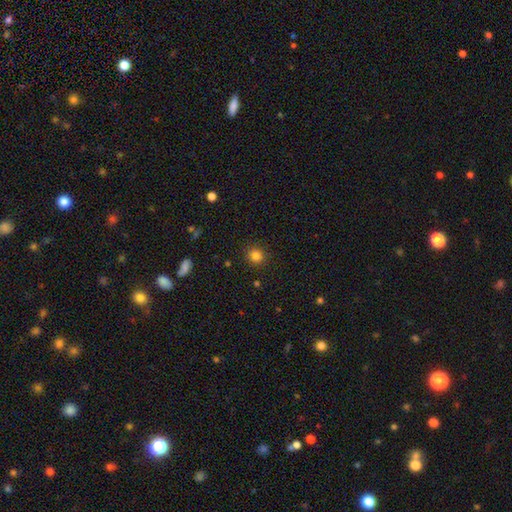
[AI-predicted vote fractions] The model was most divided on "smooth or featured": smooth: 82%, star or artifact: 13%, featured or disk: 5%. More confident: how rounded — round (90%); merging — none (90%).